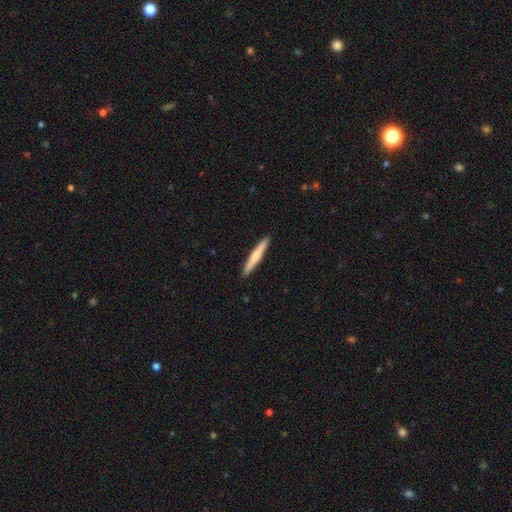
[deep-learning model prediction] smooth 60%, featured or disk 35%, star or artifact 5%. Down the decision tree: how rounded — cigar-shaped (95%); merging — none (92%).